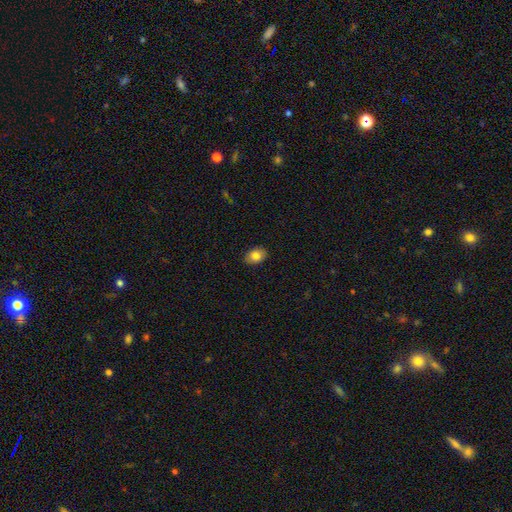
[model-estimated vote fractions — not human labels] Smooth or featured: smooth — 83% (featured or disk — 9%)
How rounded: in between — 79% (round — 20%)
Merging: none — 89% (minor disturbance — 9%)